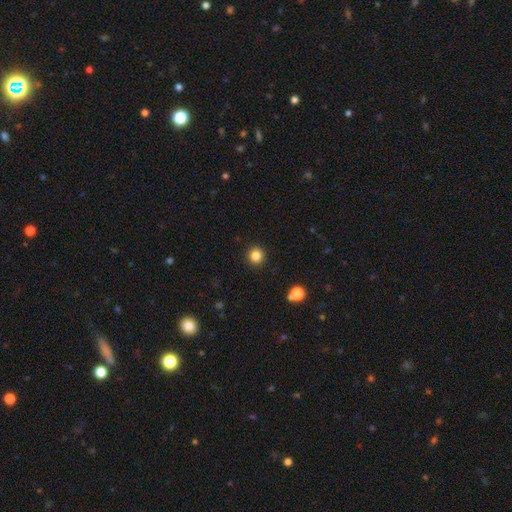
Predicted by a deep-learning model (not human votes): A smooth galaxy with no disk features (84%) that is round (94%).

Vote fractions:
- Smooth or featured? smooth: 84% / star or artifact: 12% / featured or disk: 5%
- How rounded? round: 94% / in between: 5% / cigar-shaped: 1%
- Merging? none: 92% / minor disturbance: 5% / major disturbance: 2% / merger: 1%